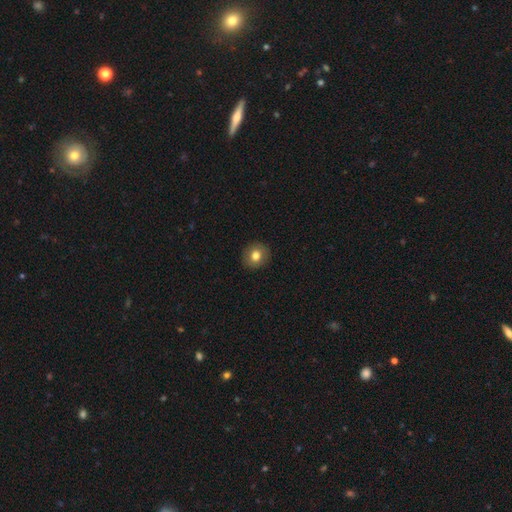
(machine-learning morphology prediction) Smooth or featured? smooth (78%)
How rounded? round (86%)
Merging? none (91%)